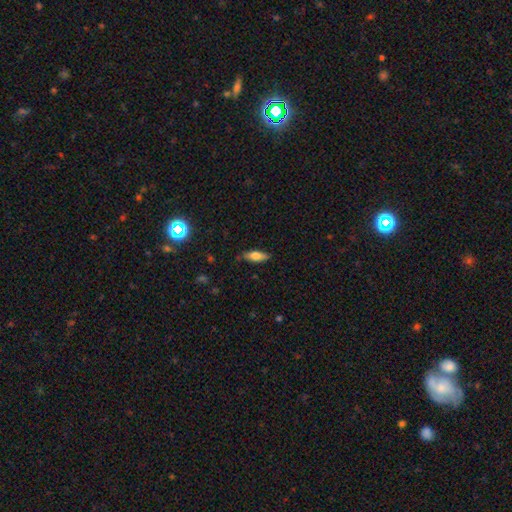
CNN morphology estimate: This is likely a smooth galaxy (70%). How rounded: likely in between (67%). Merging: clearly none (82%).